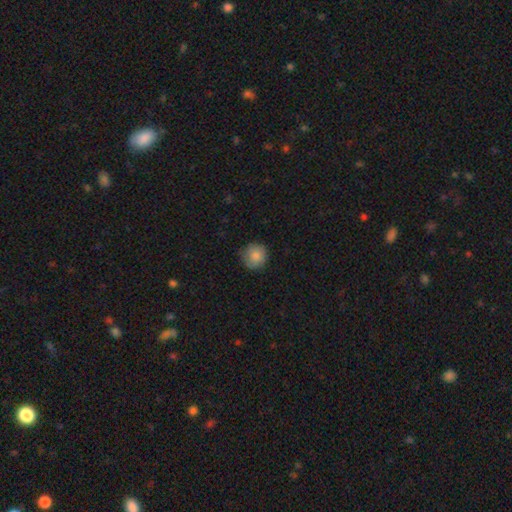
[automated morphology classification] A smooth galaxy with no disk features (84%) that is round (93%).

Vote fractions:
- Smooth or featured? smooth: 84% / featured or disk: 8% / star or artifact: 8%
- How rounded? round: 93% / in between: 6% / cigar-shaped: 1%
- Merging? none: 79% / minor disturbance: 17% / major disturbance: 3% / merger: 1%